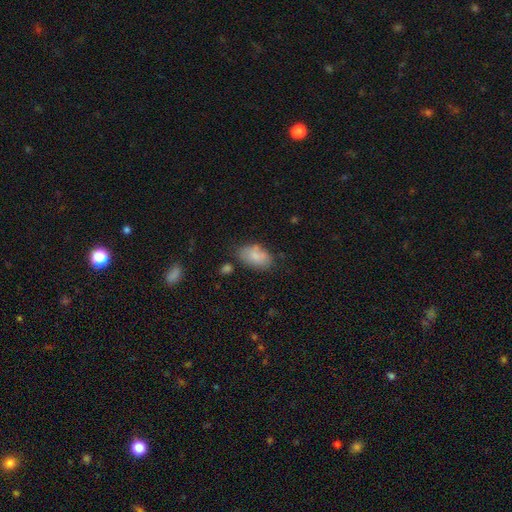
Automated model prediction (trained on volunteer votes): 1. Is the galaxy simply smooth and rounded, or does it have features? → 82% smooth, 10% featured or disk, 7% star or artifact.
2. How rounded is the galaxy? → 91% in between, 7% round, 2% cigar-shaped.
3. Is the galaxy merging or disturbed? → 62% none, 24% minor disturbance, 7% merger, 7% major disturbance.